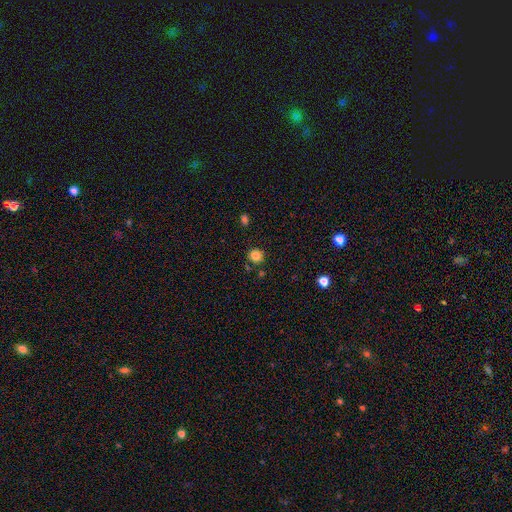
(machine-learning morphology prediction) smooth-or-featured: smooth: 83% | star or artifact: 12% | featured or disk: 5%
  how-rounded: round: 92% | in between: 7% | cigar-shaped: 1%
  merging: none: 86% | minor disturbance: 8% | merger: 4% | major disturbance: 2%